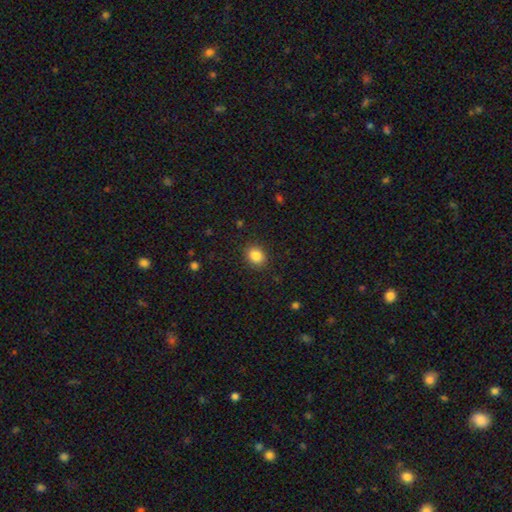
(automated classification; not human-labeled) Smooth or featured? smooth (86%)
How rounded? round (54%)
Merging? none (88%)